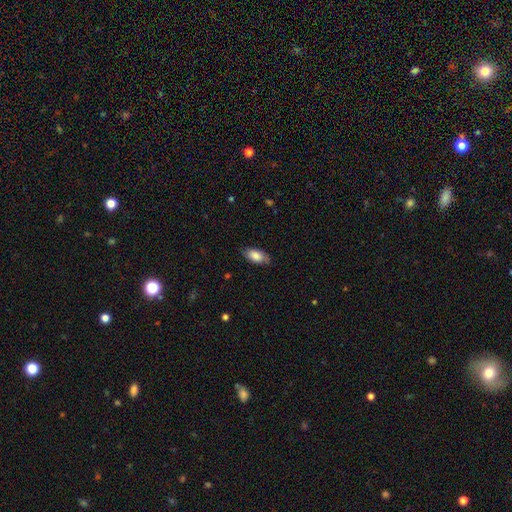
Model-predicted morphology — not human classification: A smooth galaxy with no disk features (82%) that is in between round and cigar-shaped (89%). Merging: none (81%).